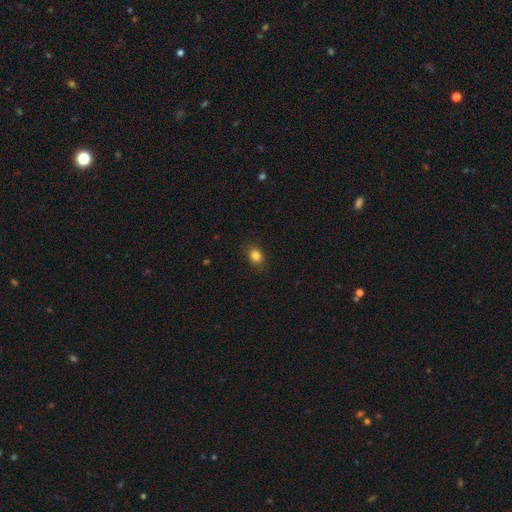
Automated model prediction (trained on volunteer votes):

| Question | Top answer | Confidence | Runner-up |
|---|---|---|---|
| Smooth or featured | smooth | 83% | star or artifact (12%) |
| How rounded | in between | 52% | round (47%) |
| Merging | none | 88% | minor disturbance (9%) |